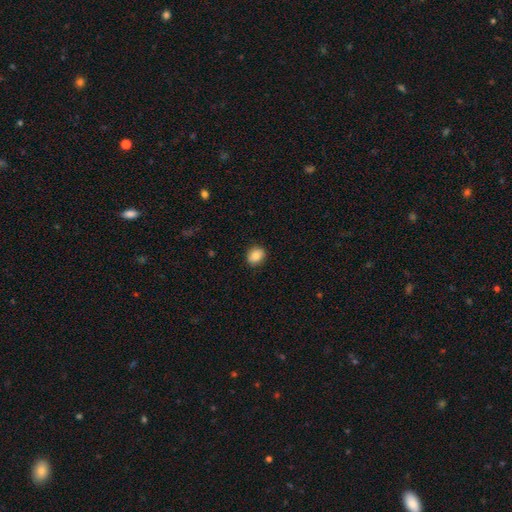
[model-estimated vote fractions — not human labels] smooth_or_featured: smooth (p=0.86) [alt: star or artifact p=0.09]
how_rounded: round (p=0.63) [alt: in between p=0.36]
merging: none (p=0.89) [alt: minor disturbance p=0.08]